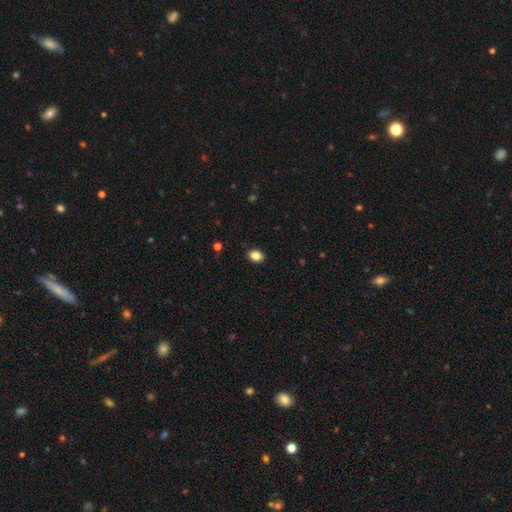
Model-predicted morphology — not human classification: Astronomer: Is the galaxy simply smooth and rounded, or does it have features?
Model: smooth — 85%.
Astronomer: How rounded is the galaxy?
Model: in between — 68%.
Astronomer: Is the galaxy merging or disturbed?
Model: none — 90%.